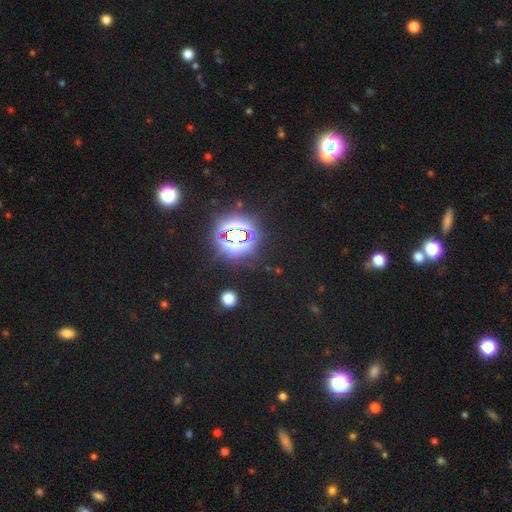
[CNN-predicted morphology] This appears to be a star or artifact, not a galaxy (77%).